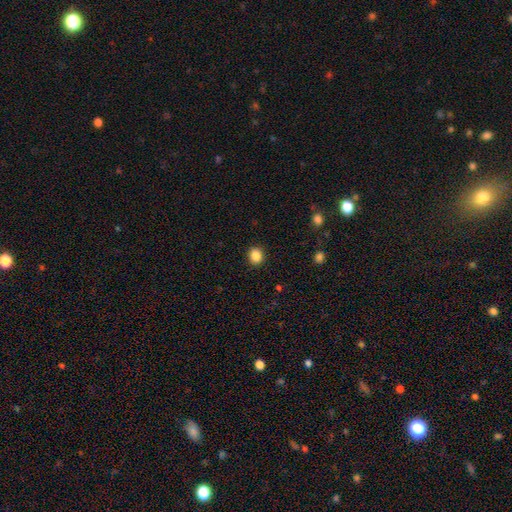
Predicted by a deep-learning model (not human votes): Smooth or featured? Predicted: smooth (p=0.87). How rounded? Predicted: round (p=0.70). Merging? Predicted: none (p=0.90).